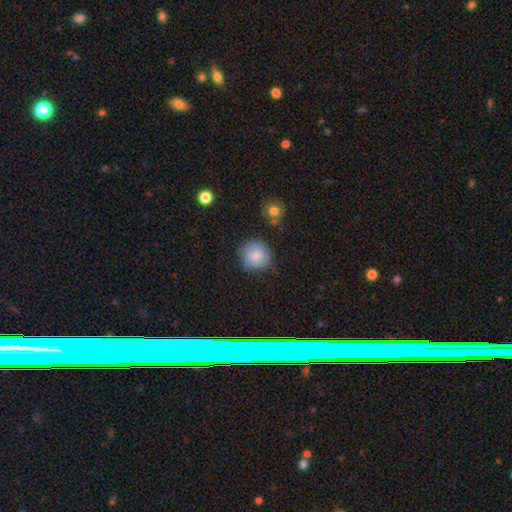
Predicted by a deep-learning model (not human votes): smooth_or_featured: smooth (p=0.84) [alt: featured or disk p=0.09]
how_rounded: round (p=0.92) [alt: in between p=0.07]
merging: none (p=0.82) [alt: minor disturbance p=0.13]